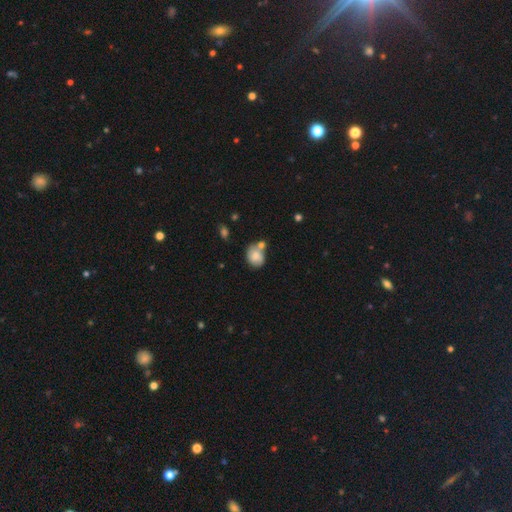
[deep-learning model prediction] Smooth or featured? smooth (70%)
How rounded? round (58%)
Merging? none (41%)